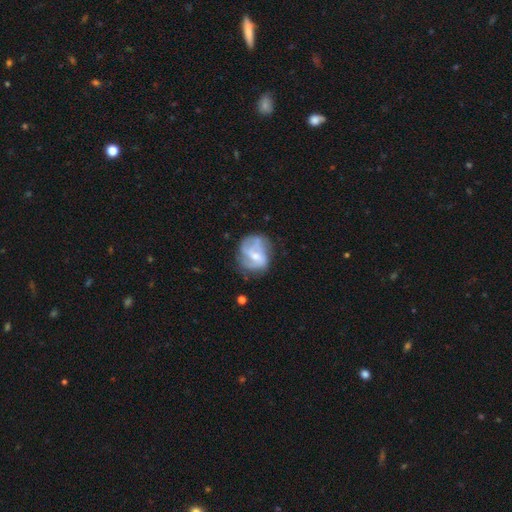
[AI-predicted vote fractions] The model was most divided on "bulge size": moderate: 43%, small: 39%, none: 12%, large: 5%, dominant: 1%. Remaining: edge-on disk — no (98%); spiral arms — yes (65%); smooth or featured — featured or disk (62%); merging — none (47%); bar — no (47%).